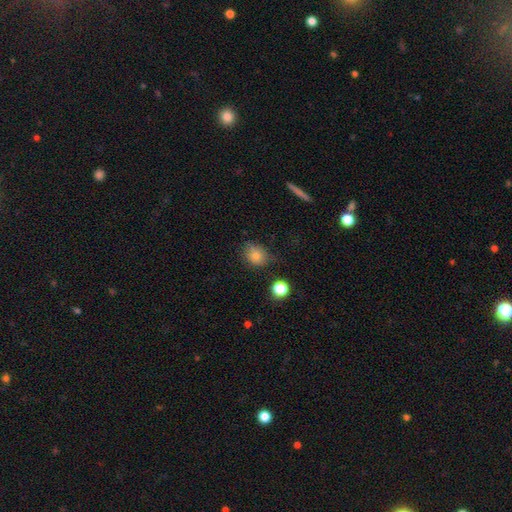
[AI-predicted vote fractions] Overall: smooth (79%). How rounded: round (60%; in between 39%). Merging: none (66%).